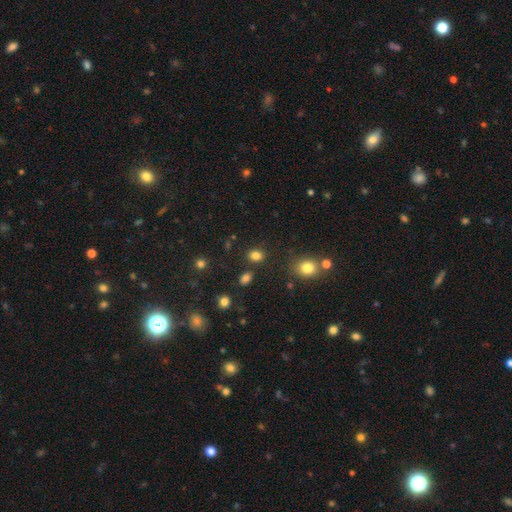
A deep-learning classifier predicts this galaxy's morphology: smooth-or-featured: smooth: 82% | star or artifact: 13% | featured or disk: 5%
  how-rounded: in between: 52% | round: 47% | cigar-shaped: 1%
  merging: none: 79% | minor disturbance: 10% | merger: 6% | major disturbance: 4%